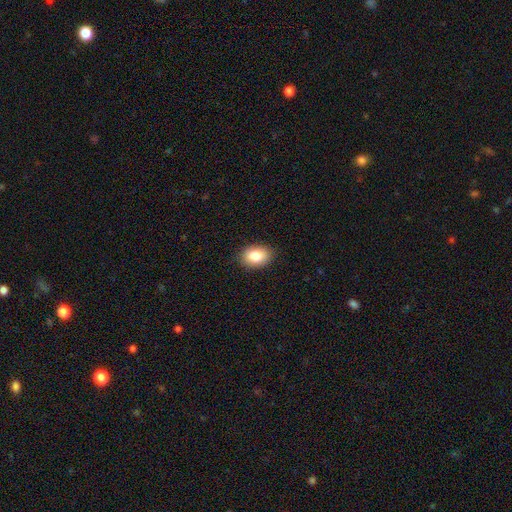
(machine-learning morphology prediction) The model was most divided on "how rounded": in between: 82%, round: 17%, cigar-shaped: 1%. More confident: merging — none (88%); smooth or featured — smooth (84%).